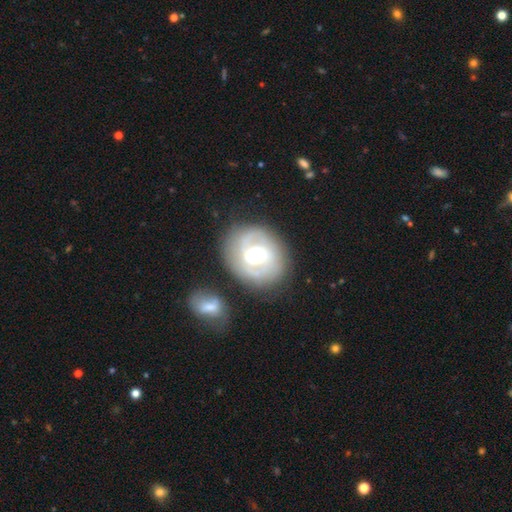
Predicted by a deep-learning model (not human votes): smooth-or-featured: featured or disk: 77% | smooth: 18% | star or artifact: 6%
  disk-edge-on: no: 97% | yes: 3%
    bar: weak: 51% | no: 26% | strong: 23%
    has-spiral-arms: yes: 83% | no: 17%
      spiral-winding: tight: 43% | medium: 39% | loose: 18%
      spiral-arm-count: 2: 77% | can't tell: 12% | 3: 4% | 1: 4% | 4: 2% | more than 4: 2%
    bulge-size: moderate: 69% | large: 21% | small: 7% | dominant: 2% | none: 1%
  merging: none: 73% | minor disturbance: 15% | merger: 6% | major disturbance: 6%